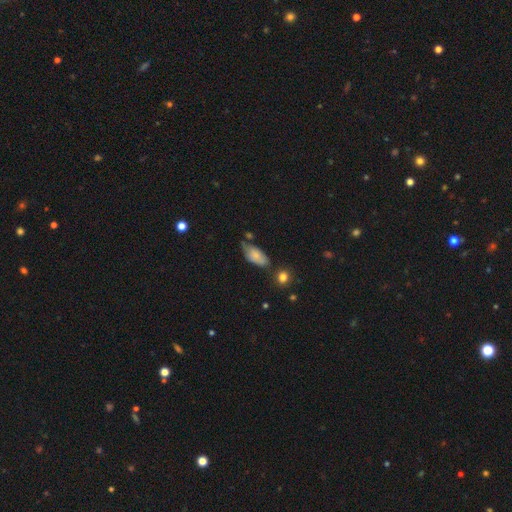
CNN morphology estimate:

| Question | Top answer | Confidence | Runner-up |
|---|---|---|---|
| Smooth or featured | smooth | 73% | featured or disk (19%) |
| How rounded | in between | 90% | cigar-shaped (6%) |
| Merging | none | 42% | minor disturbance (37%) |